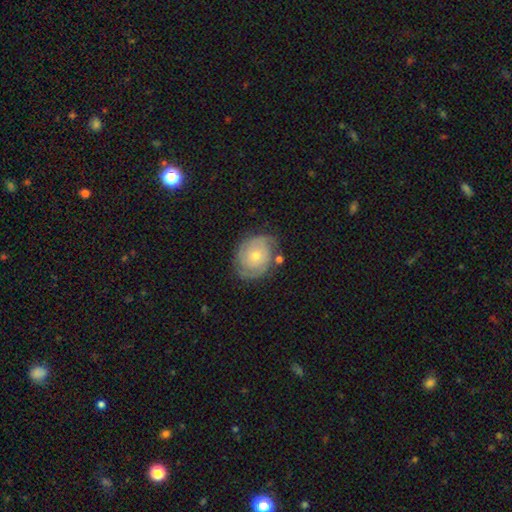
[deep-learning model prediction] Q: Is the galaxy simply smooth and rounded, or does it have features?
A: featured or disk — 69%.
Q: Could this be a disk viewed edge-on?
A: no — 97%.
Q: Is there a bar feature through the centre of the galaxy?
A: no — 82%.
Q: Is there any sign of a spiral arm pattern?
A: yes — 89%.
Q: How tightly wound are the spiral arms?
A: tight — 69%.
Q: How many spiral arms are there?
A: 2 — 53%.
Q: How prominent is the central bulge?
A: small — 55%.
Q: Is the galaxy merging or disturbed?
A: none — 72%.